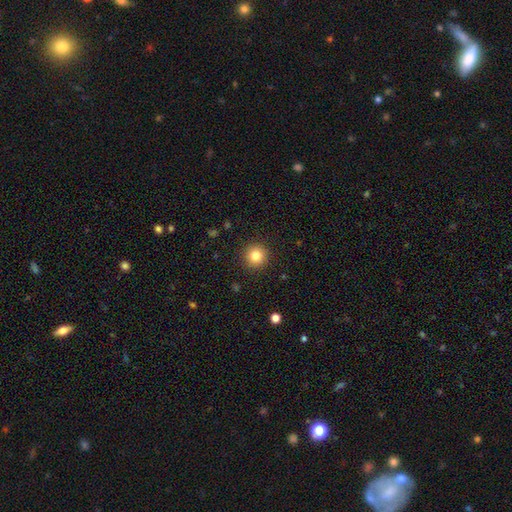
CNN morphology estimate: smooth-or-featured: smooth: 83% | star or artifact: 11% | featured or disk: 6%
  how-rounded: round: 94% | in between: 5% | cigar-shaped: 1%
  merging: none: 92% | minor disturbance: 6% | major disturbance: 2% | merger: 1%